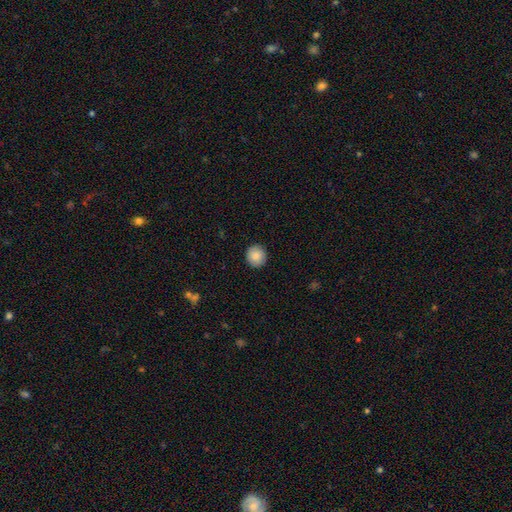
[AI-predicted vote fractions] The model was most divided on "smooth or featured": smooth: 88%, star or artifact: 7%, featured or disk: 5%. More confident: how rounded — round (93%); merging — none (92%).